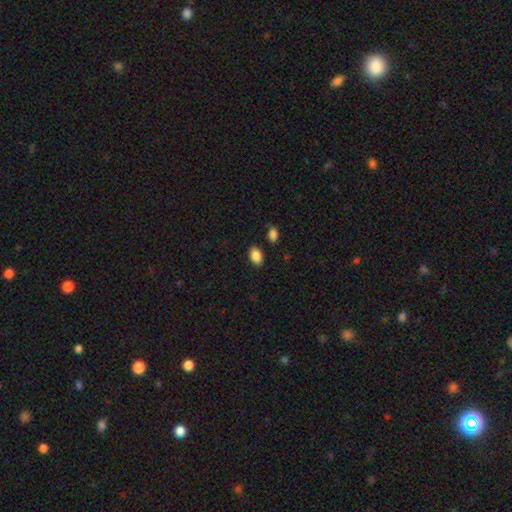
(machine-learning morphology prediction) A smooth galaxy with no disk features (88%) that is in between round and cigar-shaped (89%).

Vote fractions:
- Smooth or featured? smooth: 88% / star or artifact: 8% / featured or disk: 4%
- How rounded? in between: 89% / round: 10% / cigar-shaped: 1%
- Merging? none: 85% / minor disturbance: 10% / merger: 3% / major disturbance: 2%